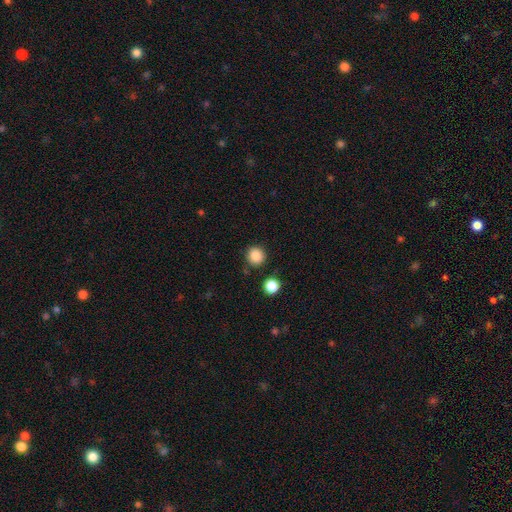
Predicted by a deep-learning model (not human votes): This is clearly a smooth galaxy (87%). How rounded: clearly round (93%). Merging: clearly none (86%).